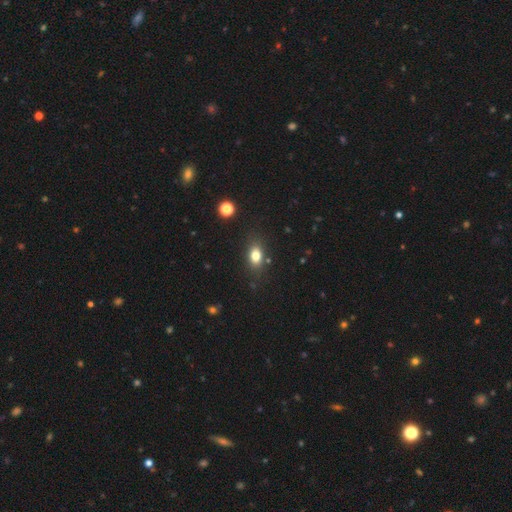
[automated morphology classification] Smooth or featured: smooth — 80% (star or artifact — 10%)
How rounded: in between — 80% (round — 16%)
Merging: none — 82% (minor disturbance — 12%)